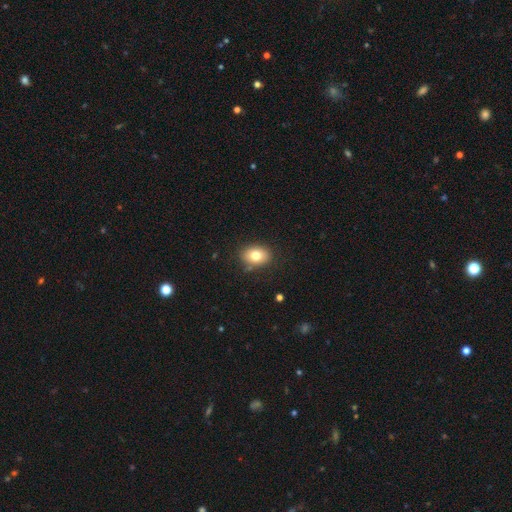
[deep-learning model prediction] Smooth or featured? smooth (79%)
How rounded? in between (67%)
Merging? none (84%)